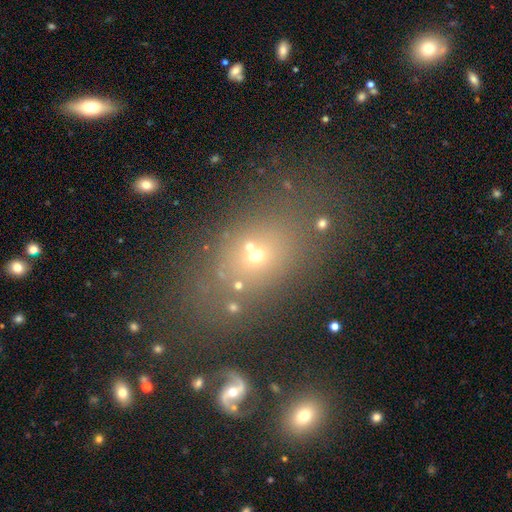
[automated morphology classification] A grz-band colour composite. It shows a smooth galaxy with no disk features (52%) that is in between round and cigar-shaped (71%). Merging: none (63%).